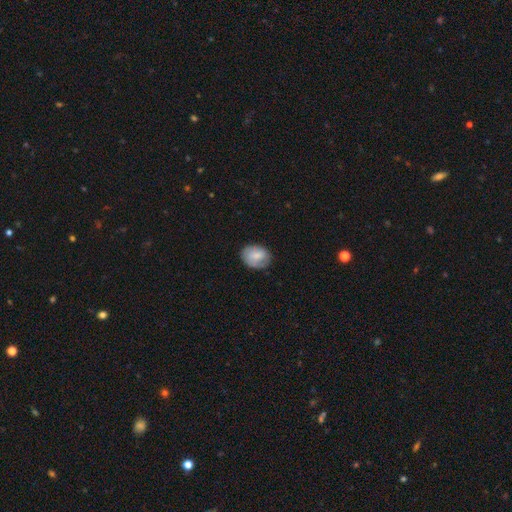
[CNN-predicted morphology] This is likely a smooth galaxy (75%). How rounded: likely in between (61%). Merging: likely none (74%).